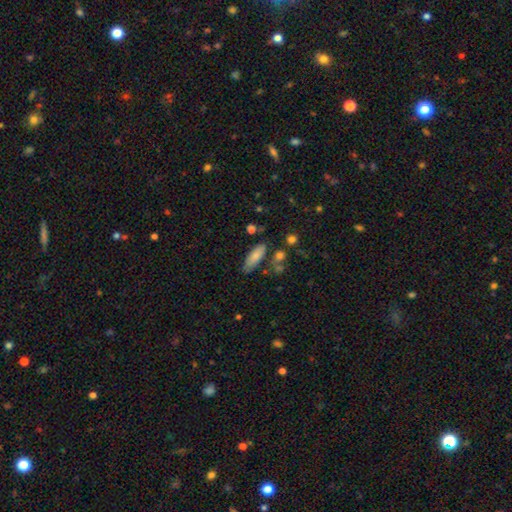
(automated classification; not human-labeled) smooth-or-featured: smooth: 80% | featured or disk: 13% | star or artifact: 7%
  how-rounded: in between: 62% | cigar-shaped: 35% | round: 2%
  merging: none: 69% | minor disturbance: 19% | merger: 7% | major disturbance: 5%